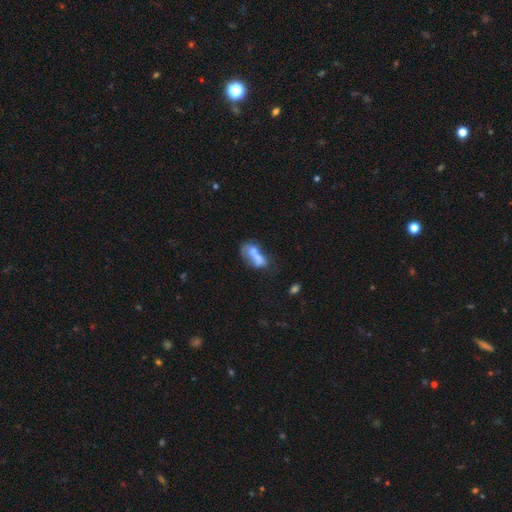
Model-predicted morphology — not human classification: smooth-or-featured: smooth: 60% | featured or disk: 30% | star or artifact: 10%
  how-rounded: in between: 81% | cigar-shaped: 10% | round: 9%
  merging: merger: 51% | none: 19% | major disturbance: 16% | minor disturbance: 13%